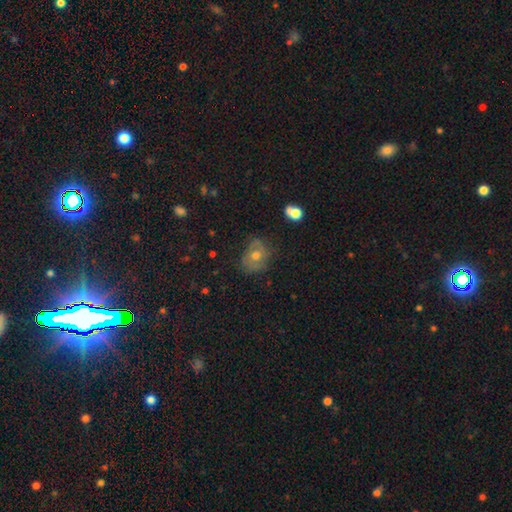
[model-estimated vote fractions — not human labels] Overall: smooth (44%; featured or disk 40%). Merging: none (62%; minor disturbance 25%).